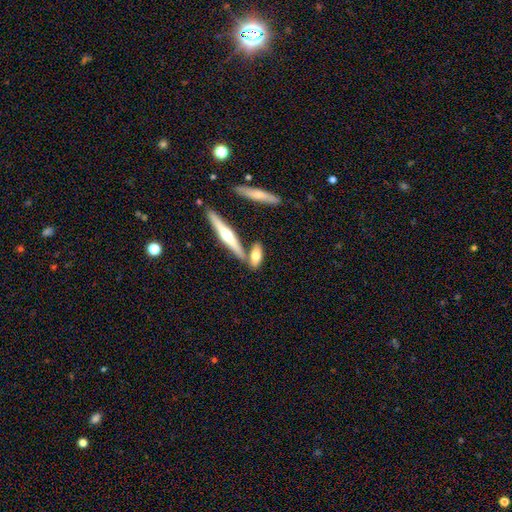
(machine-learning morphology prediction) smooth 64%, featured or disk 30%, star or artifact 6%. Down the decision tree: how rounded — in between (54%); merging — none (66%).